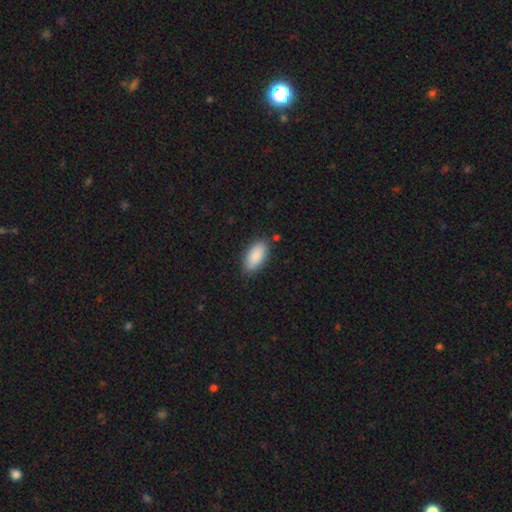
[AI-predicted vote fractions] The model was most divided on "merging": none: 85%, minor disturbance: 10%, major disturbance: 2%, merger: 2%. More confident: how rounded — in between (91%); smooth or featured — smooth (90%).